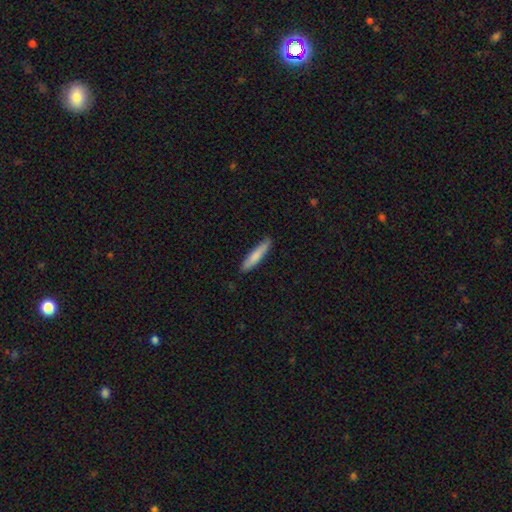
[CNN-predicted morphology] A smooth galaxy with no disk features (80%) that is cigar-shaped (87%).

Vote fractions:
- Smooth or featured? smooth: 80% / featured or disk: 15% / star or artifact: 5%
- How rounded? cigar-shaped: 87% / in between: 11% / round: 1%
- Merging? none: 85% / minor disturbance: 12% / major disturbance: 2% / merger: 1%